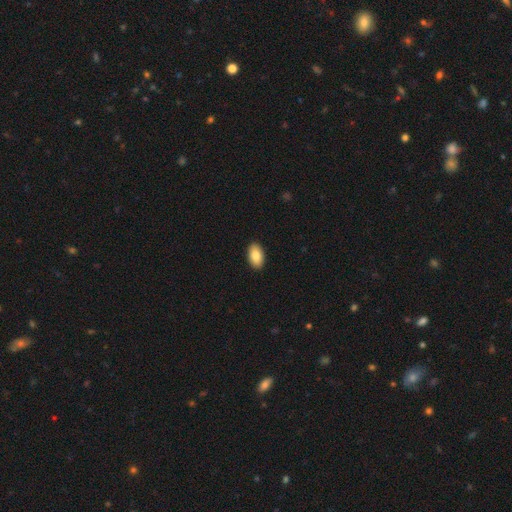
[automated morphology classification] A smooth galaxy with no disk features (85%) that is in between round and cigar-shaped (94%). Merging: none (91%).